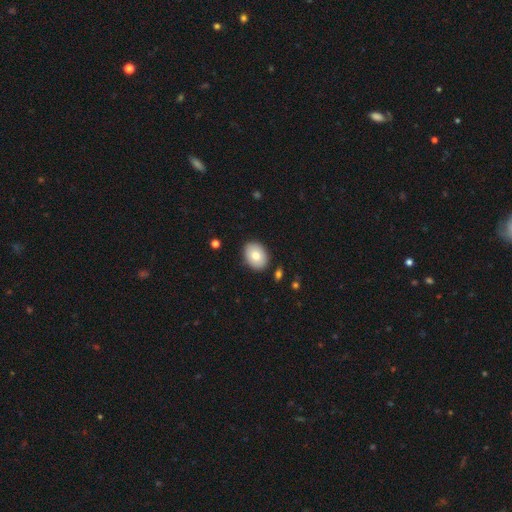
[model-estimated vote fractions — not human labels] Overall: smooth (77%). How rounded: in between (70%). Merging: none (88%).